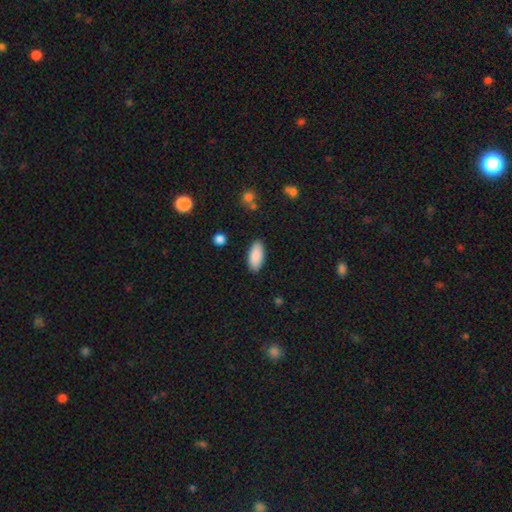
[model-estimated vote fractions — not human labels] Smooth or featured?
  - smooth: 89% *
  - star or artifact: 6%
  - featured or disk: 5%
How rounded?
  - in between: 87% *
  - cigar-shaped: 11%
  - round: 2%
Merging?
  - none: 89% *
  - minor disturbance: 8%
  - major disturbance: 2%
  - merger: 1%